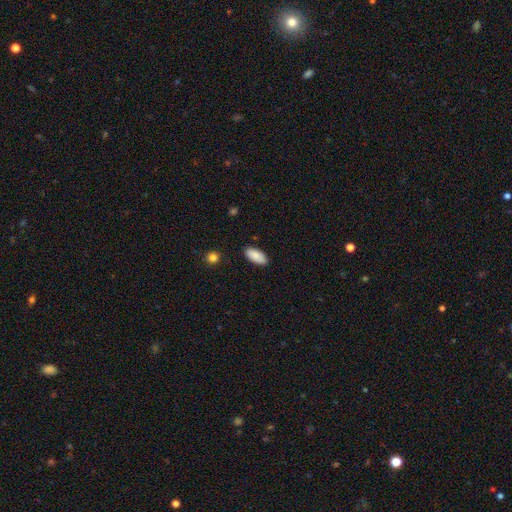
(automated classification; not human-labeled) smooth_or_featured: smooth (p=0.88) [alt: star or artifact p=0.06]
how_rounded: in between (p=0.91) [alt: cigar-shaped p=0.07]
merging: none (p=0.88) [alt: minor disturbance p=0.09]